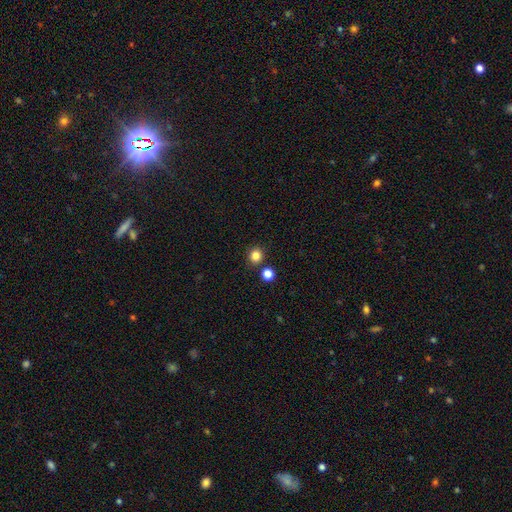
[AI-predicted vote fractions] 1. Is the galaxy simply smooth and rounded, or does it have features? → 83% smooth, 13% star or artifact, 4% featured or disk.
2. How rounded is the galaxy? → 90% round, 10% in between, 1% cigar-shaped.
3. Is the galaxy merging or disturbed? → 85% none, 7% merger, 6% minor disturbance, 2% major disturbance.